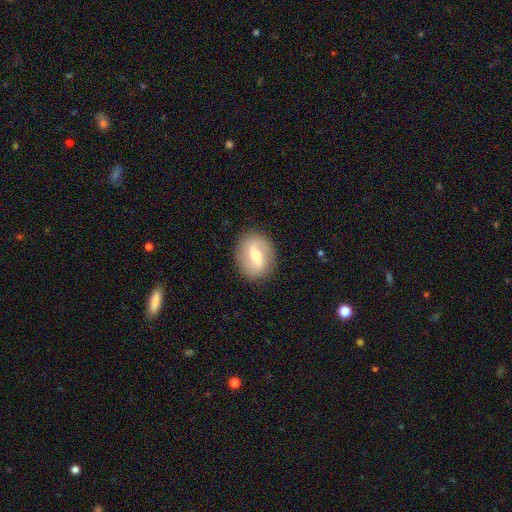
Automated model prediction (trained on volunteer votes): This appears to be a featured or disk galaxy (69%) with a weak bar (46%), 2 (89%) loose (50%) spiral arms (78%) and a moderate central bulge (65%). Merging: none (87%).